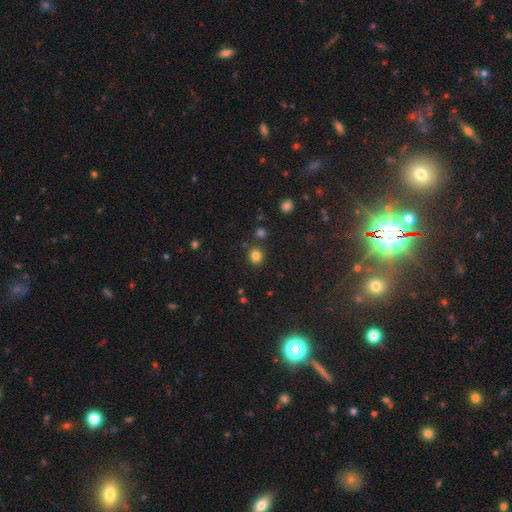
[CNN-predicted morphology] type=smooth (82%); roundness=round (75%); merging=none (83%).